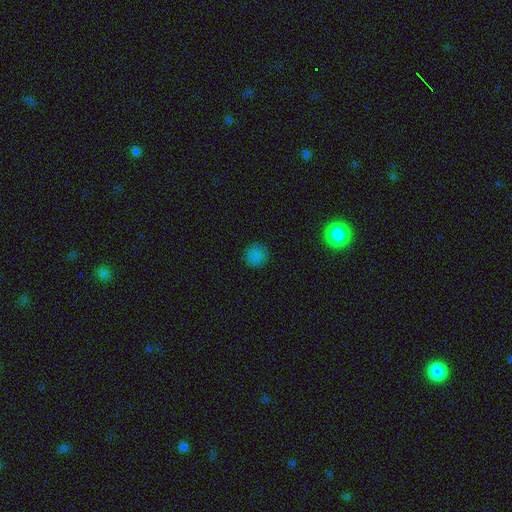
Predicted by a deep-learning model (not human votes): smooth_or_featured: smooth (p=0.81) [alt: star or artifact p=0.15]
how_rounded: round (p=0.93) [alt: in between p=0.06]
merging: none (p=0.89) [alt: minor disturbance p=0.08]